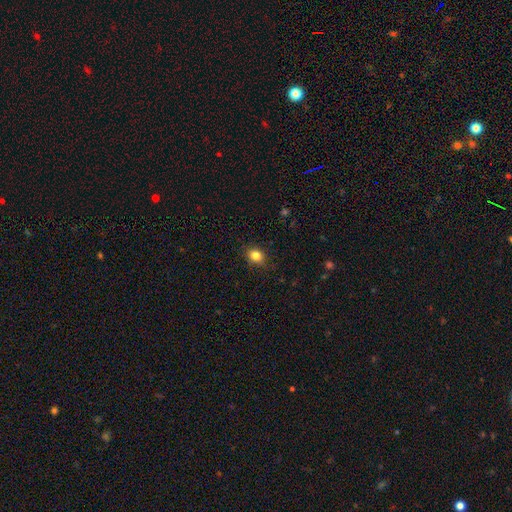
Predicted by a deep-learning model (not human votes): This is clearly a smooth galaxy (81%). How rounded: likely round (63%). Merging: clearly none (87%).